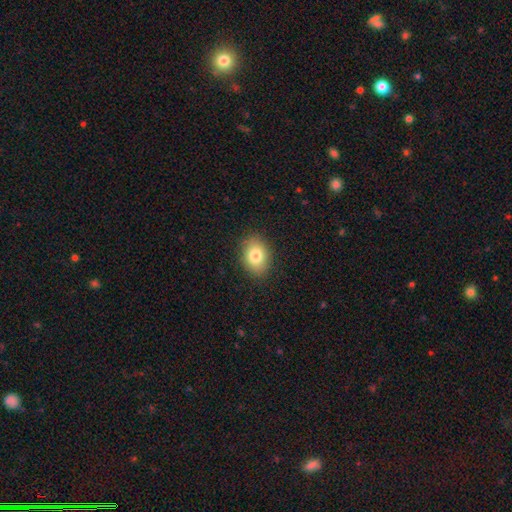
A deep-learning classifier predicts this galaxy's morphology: Overall: smooth (81%). How rounded: in between (70%). Merging: none (88%).